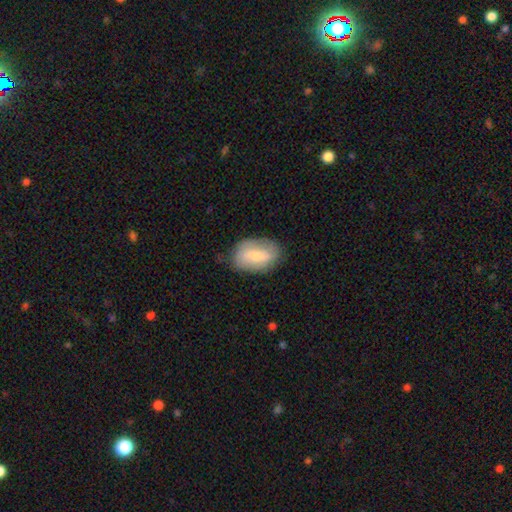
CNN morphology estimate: smooth 61%, featured or disk 33%, star or artifact 7%. Down the decision tree: how rounded — in between (88%); merging — none (73%).